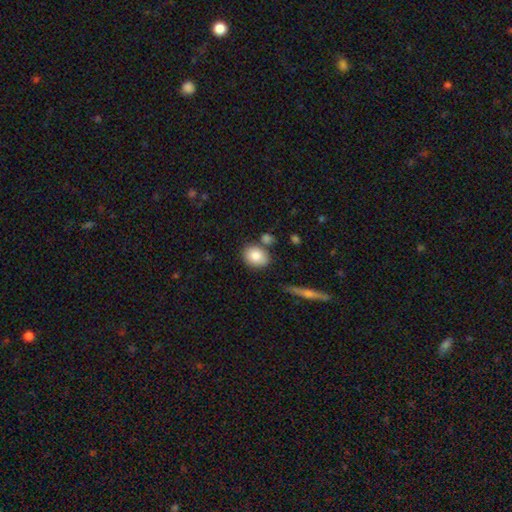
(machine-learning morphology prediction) A smooth galaxy with no disk features (84%) that is round (49%, tied with in between). Merging: none (71%).